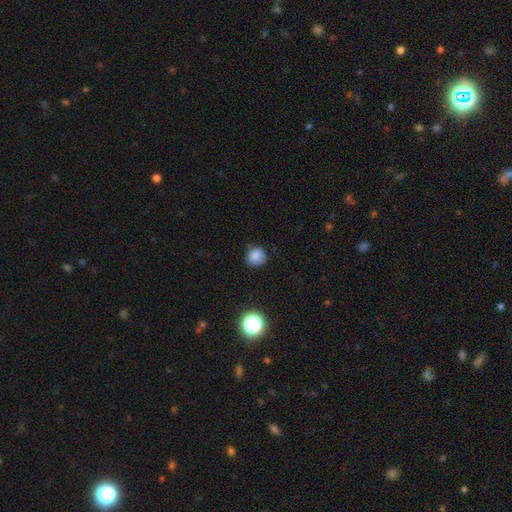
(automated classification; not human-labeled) A smooth galaxy with no disk features (83%) that is round (87%). Merging: none (79%).